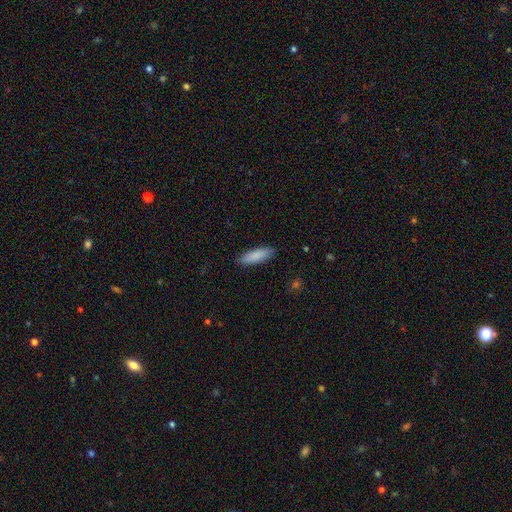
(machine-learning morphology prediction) The model was most divided on "how rounded": in between: 52%, cigar-shaped: 46%, round: 2%. More confident: merging — none (89%); smooth or featured — smooth (88%).